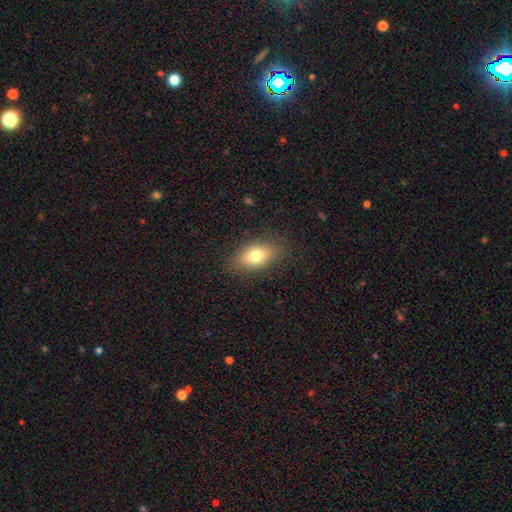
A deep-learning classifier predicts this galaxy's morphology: smooth-or-featured: smooth: 75% | featured or disk: 15% | star or artifact: 9%
  how-rounded: in between: 83% | round: 12% | cigar-shaped: 5%
  merging: none: 82% | minor disturbance: 13% | major disturbance: 4% | merger: 1%